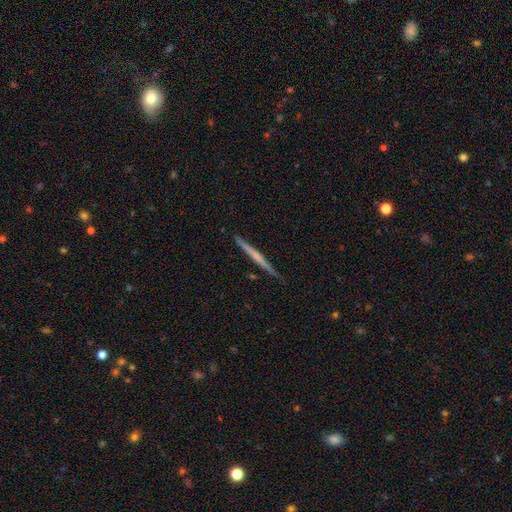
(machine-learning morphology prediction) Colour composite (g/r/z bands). It shows a featured or disk galaxy (58%) viewed edge-on (98%) with no central bulge (74%). Merging: none (89%).